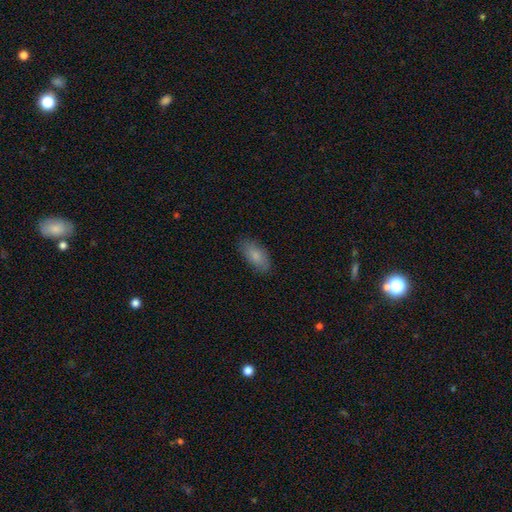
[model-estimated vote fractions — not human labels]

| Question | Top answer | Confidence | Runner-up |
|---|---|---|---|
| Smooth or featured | smooth | 83% | featured or disk (10%) |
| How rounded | in between | 90% | cigar-shaped (7%) |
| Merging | none | 84% | minor disturbance (13%) |